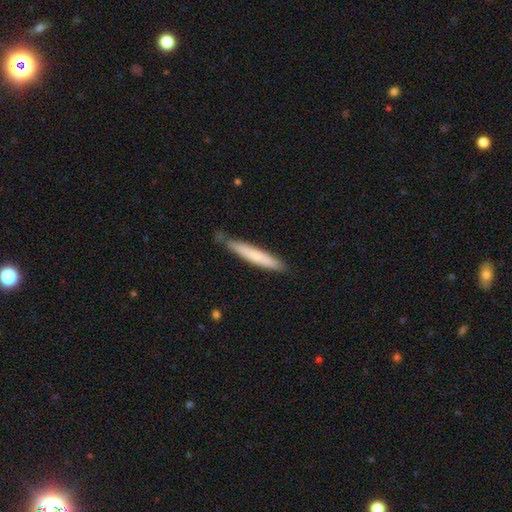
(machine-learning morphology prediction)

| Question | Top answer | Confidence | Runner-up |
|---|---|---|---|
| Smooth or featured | smooth | 69% | featured or disk (26%) |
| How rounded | cigar-shaped | 94% | in between (5%) |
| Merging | none | 76% | minor disturbance (19%) |